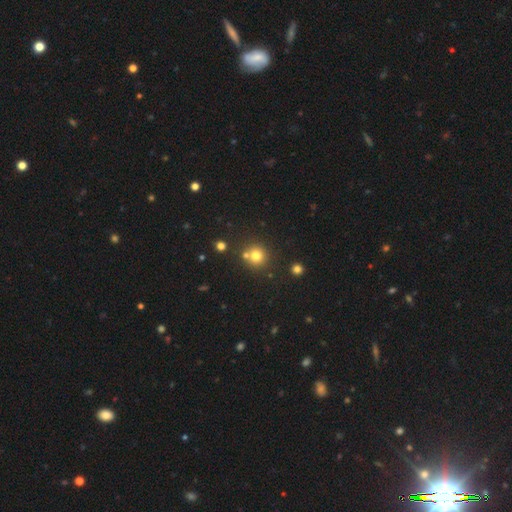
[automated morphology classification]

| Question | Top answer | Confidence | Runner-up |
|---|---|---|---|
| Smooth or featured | smooth | 75% | star or artifact (16%) |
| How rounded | round | 92% | in between (7%) |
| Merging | none | 69% | merger (21%) |